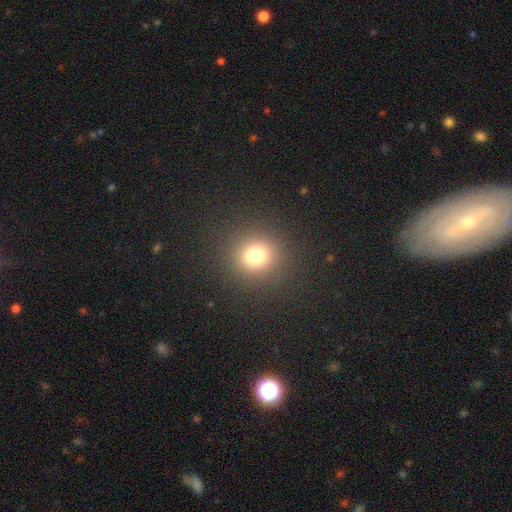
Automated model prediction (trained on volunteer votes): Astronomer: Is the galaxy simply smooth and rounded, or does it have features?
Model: smooth — 75%.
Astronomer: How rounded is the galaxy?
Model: round — 92%.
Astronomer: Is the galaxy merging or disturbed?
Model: none — 90%.